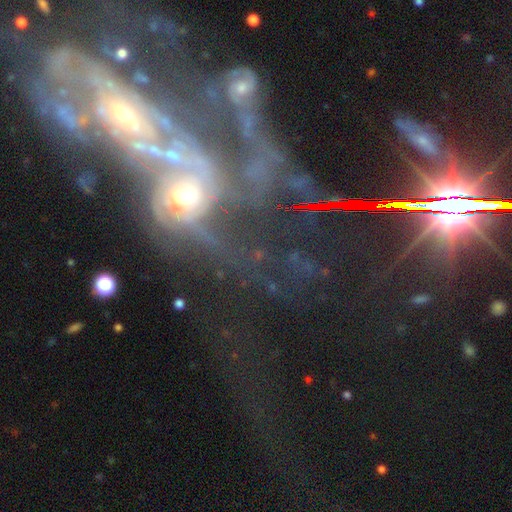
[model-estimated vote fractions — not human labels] The model was most divided on "merging": merger: 53%, major disturbance: 27%, none: 12%, minor disturbance: 7%. More confident: edge-on disk — no (93%); bar — no (72%); spiral arms — yes (66%); smooth or featured — featured or disk (59%); bulge size — moderate (53%).